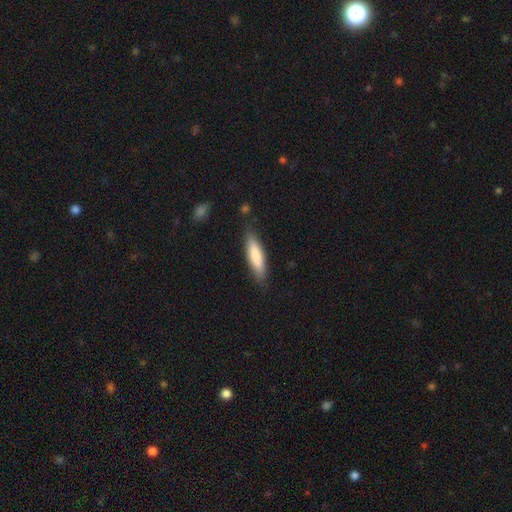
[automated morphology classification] Smooth or featured? smooth (78%)
How rounded? cigar-shaped (71%)
Merging? none (83%)